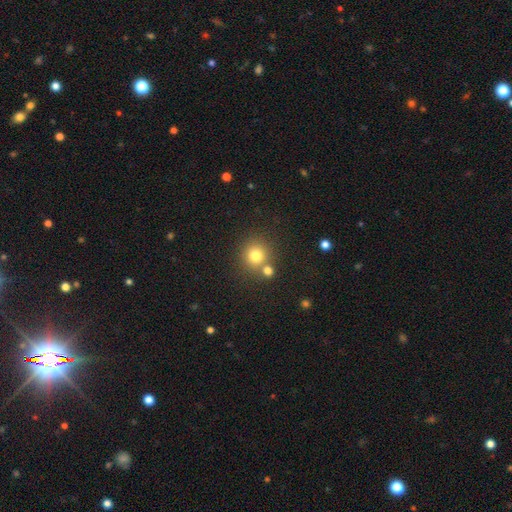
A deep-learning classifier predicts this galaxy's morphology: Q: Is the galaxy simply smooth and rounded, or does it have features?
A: smooth — 78%.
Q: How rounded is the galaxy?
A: round — 89%.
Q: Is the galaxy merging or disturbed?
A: none — 68%.